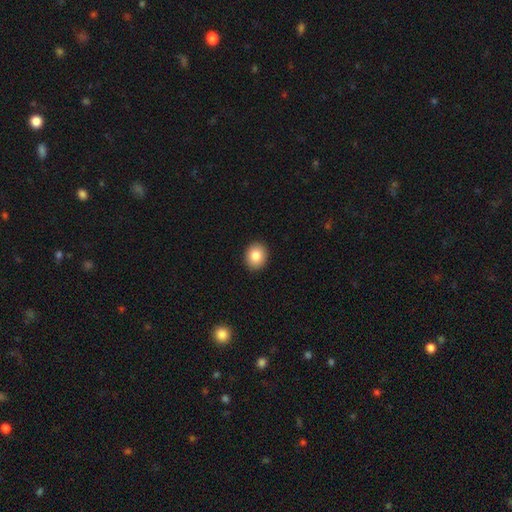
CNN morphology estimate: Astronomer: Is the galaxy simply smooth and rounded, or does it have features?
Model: smooth — 84%.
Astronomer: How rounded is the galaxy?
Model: round — 66%.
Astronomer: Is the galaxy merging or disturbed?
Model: none — 92%.